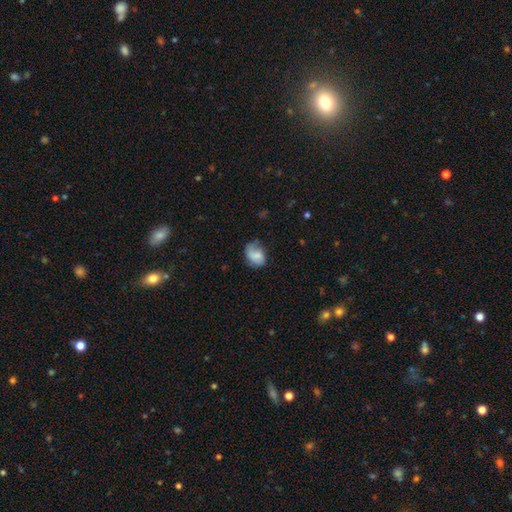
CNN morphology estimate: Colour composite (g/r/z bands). It shows a smooth galaxy with no disk features (70%) that is in between round and cigar-shaped (68%). Merging: none (49%).